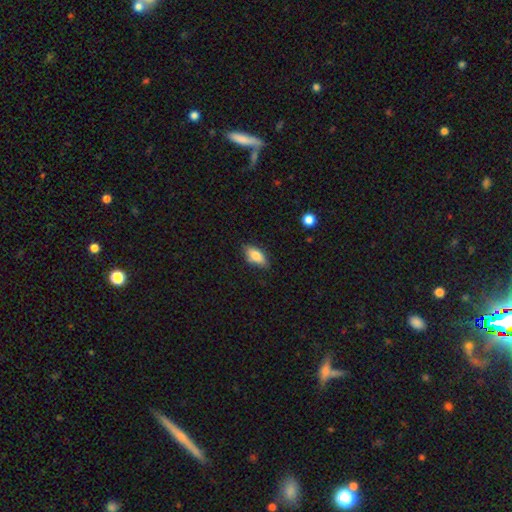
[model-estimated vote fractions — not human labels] smooth-or-featured: smooth: 79% | featured or disk: 14% | star or artifact: 7%
  how-rounded: in between: 85% | cigar-shaped: 12% | round: 3%
  merging: none: 80% | minor disturbance: 16% | major disturbance: 3% | merger: 2%